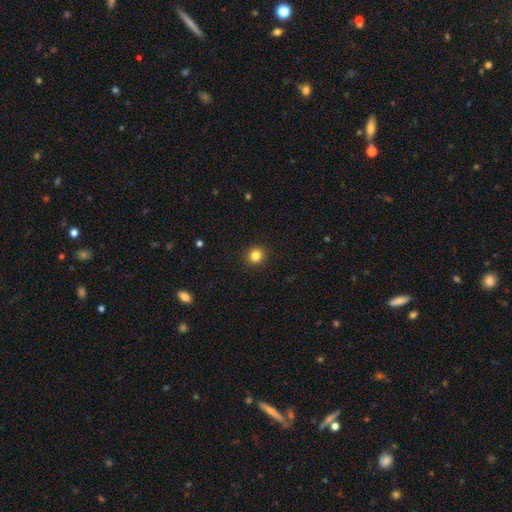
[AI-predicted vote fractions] Overall: smooth (83%). How rounded: round (94%). Merging: none (93%).